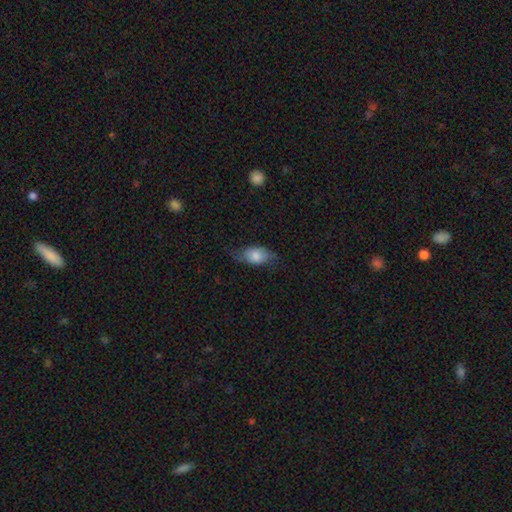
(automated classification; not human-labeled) Smooth or featured? Predicted: smooth (p=0.65). How rounded? Predicted: in between (p=0.83). Merging? Predicted: none (p=0.57).